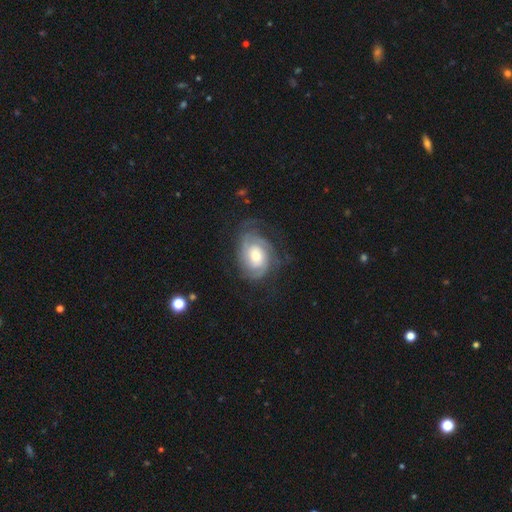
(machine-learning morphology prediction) Smooth or featured? Predicted: featured or disk (p=0.80). Edge-on disk? Predicted: no (p=0.97). Bar? Predicted: no (p=0.65). Spiral arms? Predicted: yes (p=0.94). Spiral winding? Predicted: tight (p=0.65). Spiral arm count? Predicted: can't tell (p=0.35). Bulge size? Predicted: moderate (p=0.64). Merging? Predicted: none (p=0.66).